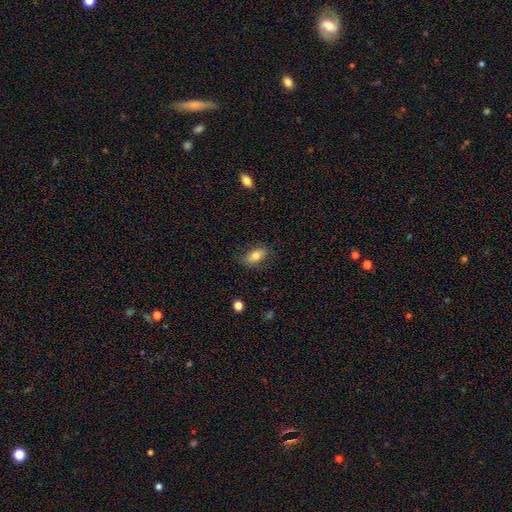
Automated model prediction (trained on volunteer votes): Q: Smooth or featured?
A: smooth (77%); runner-up: featured or disk (16%)
Q: How rounded?
A: in between (89%); runner-up: round (7%)
Q: Merging?
A: none (77%); runner-up: minor disturbance (17%)